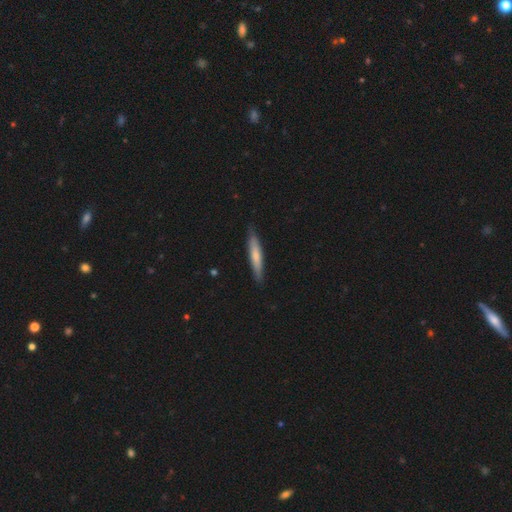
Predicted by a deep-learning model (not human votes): Smooth or featured: smooth — 64% (featured or disk — 31%)
How rounded: cigar-shaped — 91% (in between — 8%)
Merging: none — 86% (minor disturbance — 11%)